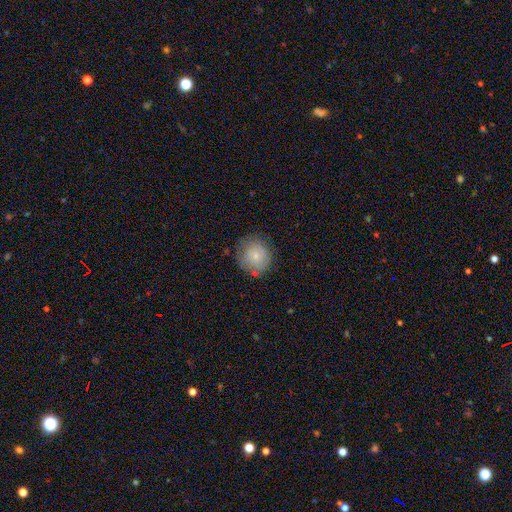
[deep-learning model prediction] Morphology: type=smooth (68%); roundness=round (88%); merging=none (75%).